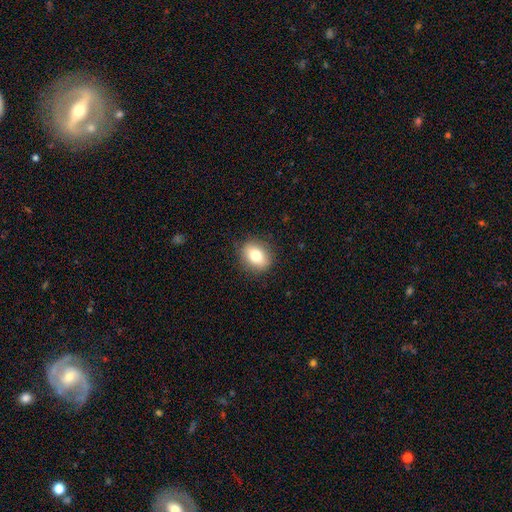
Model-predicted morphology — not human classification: Smooth or featured? Predicted: smooth (p=0.79). How rounded? Predicted: in between (p=0.60). Merging? Predicted: none (p=0.87).